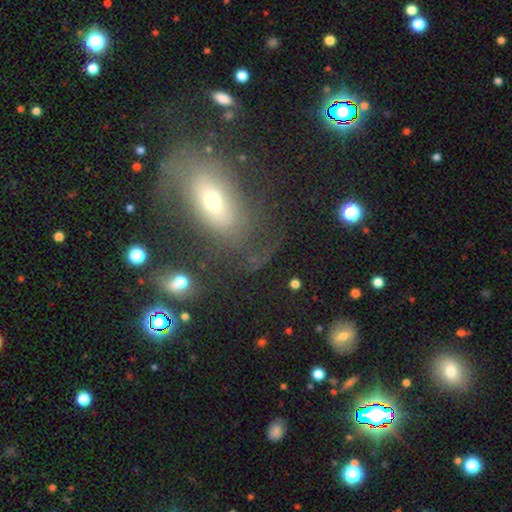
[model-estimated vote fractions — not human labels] A featured or disk galaxy (44%).

Vote fractions:
- Smooth or featured? featured or disk: 44% / smooth: 37% / star or artifact: 19%
- Merging? none: 63% / minor disturbance: 18% / major disturbance: 15% / merger: 3%